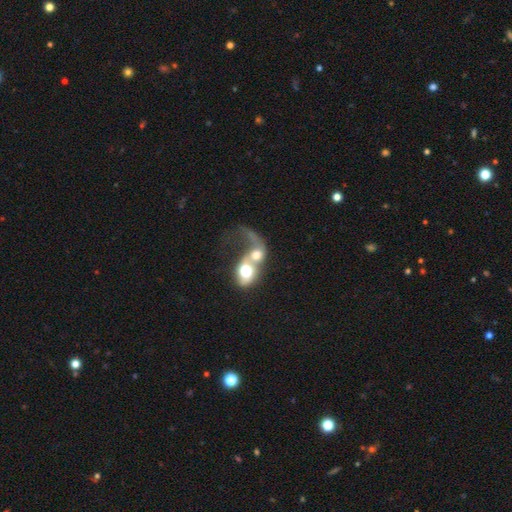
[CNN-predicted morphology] Smooth or featured?
  - smooth: 47% *
  - featured or disk: 40%
  - star or artifact: 12%
Merging?
  - merger: 73% *
  - major disturbance: 15%
  - none: 8%
  - minor disturbance: 4%